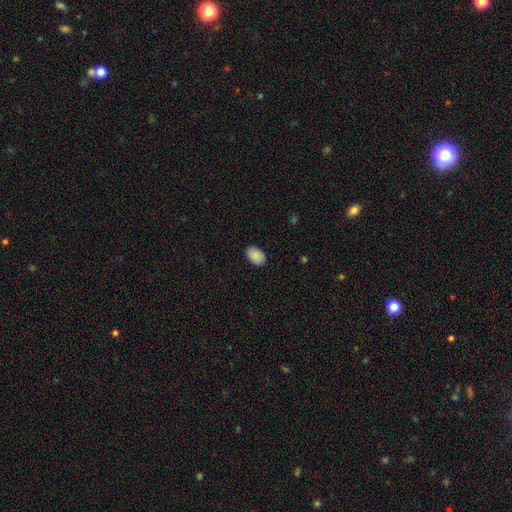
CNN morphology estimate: A smooth galaxy with no disk features (90%) that is in between round and cigar-shaped (91%). Merging: none (89%).